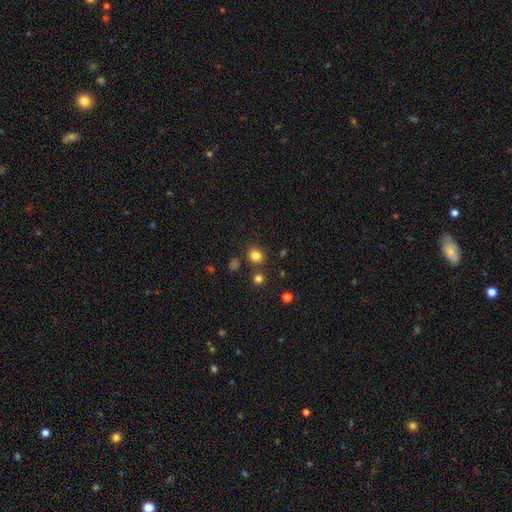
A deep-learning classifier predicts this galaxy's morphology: Smooth or featured?
  - smooth: 82% *
  - star or artifact: 14%
  - featured or disk: 5%
How rounded?
  - round: 81% *
  - in between: 18%
  - cigar-shaped: 1%
Merging?
  - none: 83% *
  - minor disturbance: 8%
  - merger: 6%
  - major disturbance: 3%